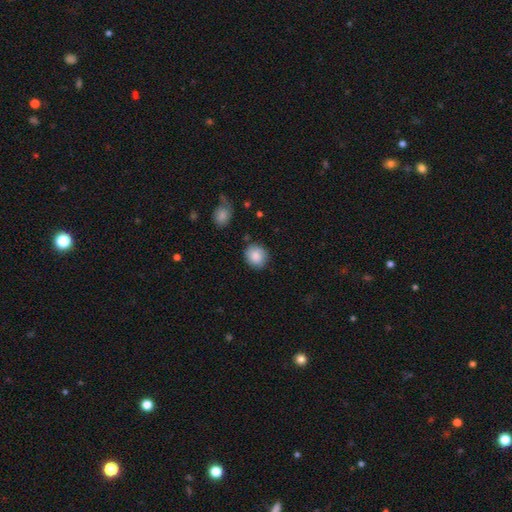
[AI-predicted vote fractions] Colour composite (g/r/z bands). It shows a smooth galaxy with no disk features (85%) that is round (83%). Merging: none (81%).